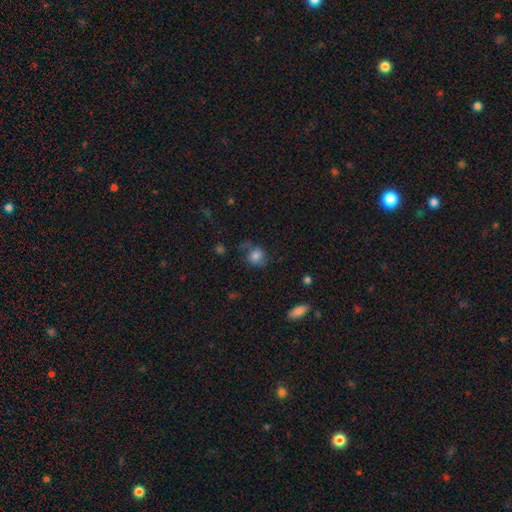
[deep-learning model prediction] smooth-or-featured: smooth: 66% | featured or disk: 23% | star or artifact: 11%
  how-rounded: round: 67% | in between: 31% | cigar-shaped: 1%
  merging: none: 51% | minor disturbance: 25% | major disturbance: 21% | merger: 3%